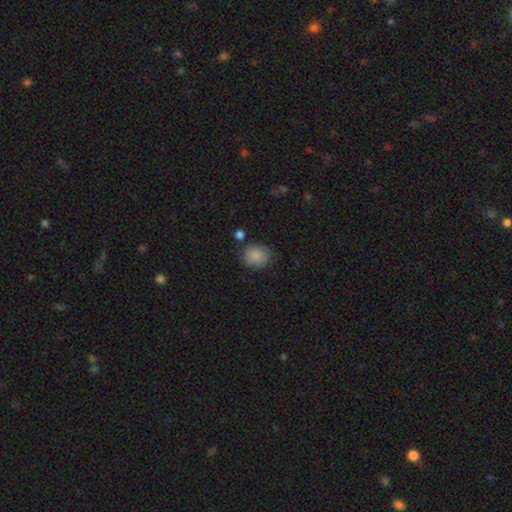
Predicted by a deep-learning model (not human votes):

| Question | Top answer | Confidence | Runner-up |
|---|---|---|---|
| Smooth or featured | smooth | 87% | star or artifact (8%) |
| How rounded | round | 58% | in between (41%) |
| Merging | none | 73% | minor disturbance (18%) |